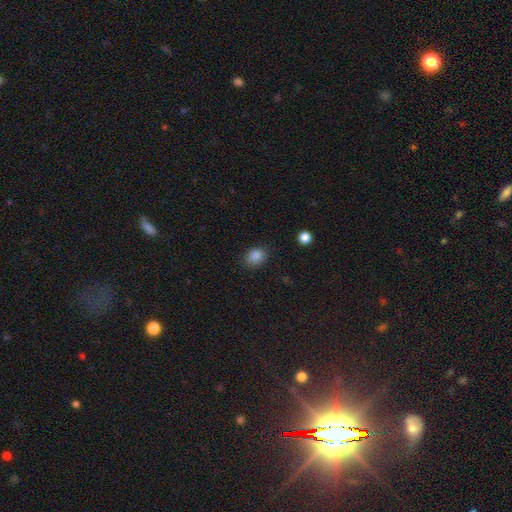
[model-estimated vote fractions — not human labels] smooth-or-featured: smooth: 86% | star or artifact: 10% | featured or disk: 4%
  how-rounded: in between: 57% | round: 42% | cigar-shaped: 1%
  merging: none: 84% | minor disturbance: 12% | major disturbance: 3% | merger: 1%